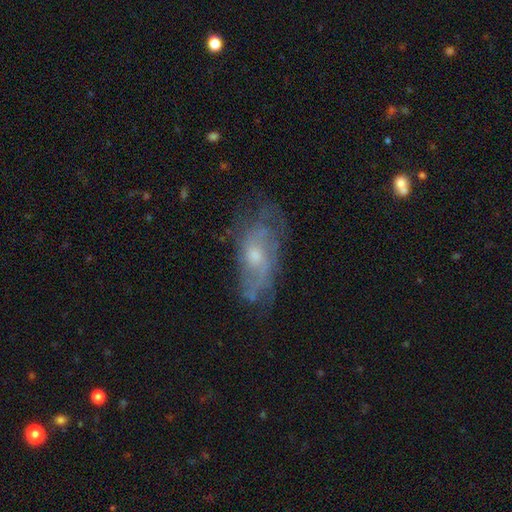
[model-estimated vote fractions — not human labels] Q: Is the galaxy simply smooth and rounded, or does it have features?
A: featured or disk — 65%.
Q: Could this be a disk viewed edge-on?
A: no — 88%.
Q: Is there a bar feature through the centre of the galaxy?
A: no — 74%.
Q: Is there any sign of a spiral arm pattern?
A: yes — 68%.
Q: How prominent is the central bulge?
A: moderate — 50%.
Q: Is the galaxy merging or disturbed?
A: none — 58%.